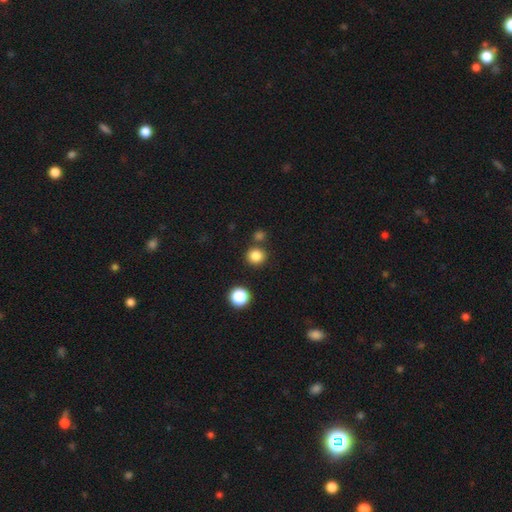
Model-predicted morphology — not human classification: The model was most divided on "smooth or featured": smooth: 83%, star or artifact: 13%, featured or disk: 4%. More confident: how rounded — round (91%); merging — none (80%).